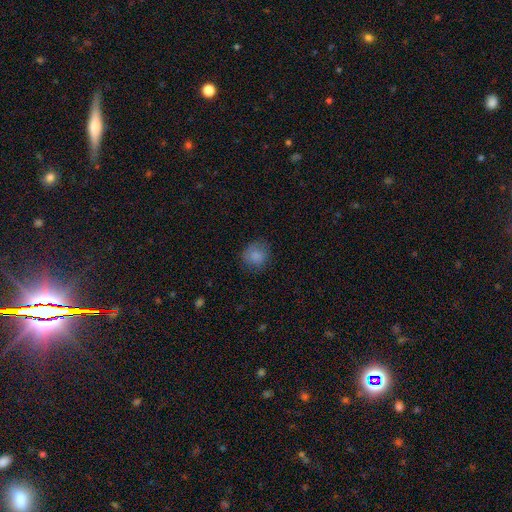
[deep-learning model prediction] smooth_or_featured: smooth (p=0.83) [alt: star or artifact p=0.09]
how_rounded: round (p=0.83) [alt: in between p=0.16]
merging: none (p=0.77) [alt: minor disturbance p=0.17]